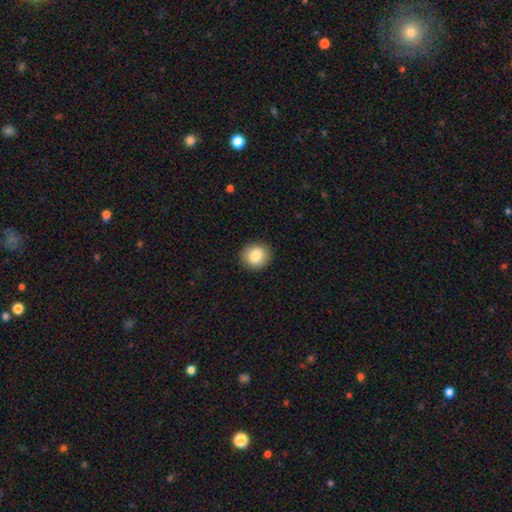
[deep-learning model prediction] Smooth or featured? smooth (86%)
How rounded? round (85%)
Merging? none (91%)